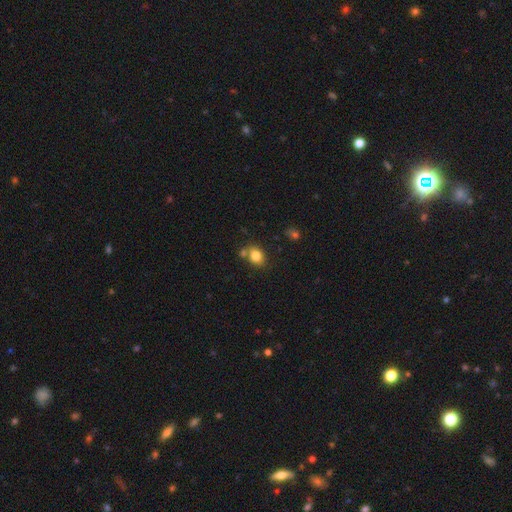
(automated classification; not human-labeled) Smooth or featured? smooth (81%)
How rounded? in between (54%)
Merging? none (65%)